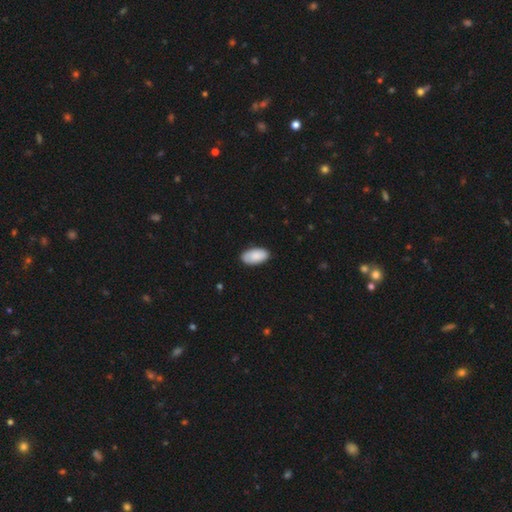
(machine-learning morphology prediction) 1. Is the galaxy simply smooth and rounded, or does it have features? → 88% smooth, 6% featured or disk, 6% star or artifact.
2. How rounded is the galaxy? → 96% in between, 2% cigar-shaped, 2% round.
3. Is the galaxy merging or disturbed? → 85% none, 12% minor disturbance, 2% major disturbance, 1% merger.